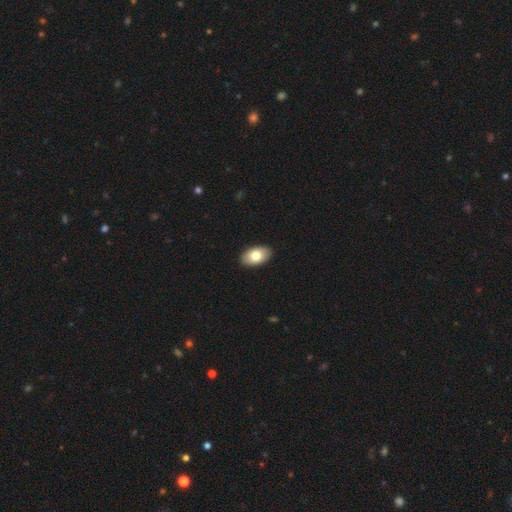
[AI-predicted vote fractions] smooth_or_featured: smooth (p=0.79) [alt: featured or disk p=0.15]
how_rounded: in between (p=0.93) [alt: round p=0.05]
merging: none (p=0.91) [alt: minor disturbance p=0.07]